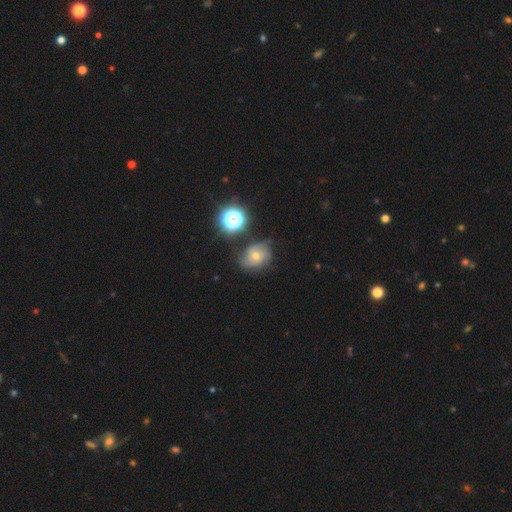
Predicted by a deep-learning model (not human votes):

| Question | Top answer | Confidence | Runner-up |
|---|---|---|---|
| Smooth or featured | featured or disk | 46% | smooth (29%) |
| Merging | none | 67% | minor disturbance (21%) |